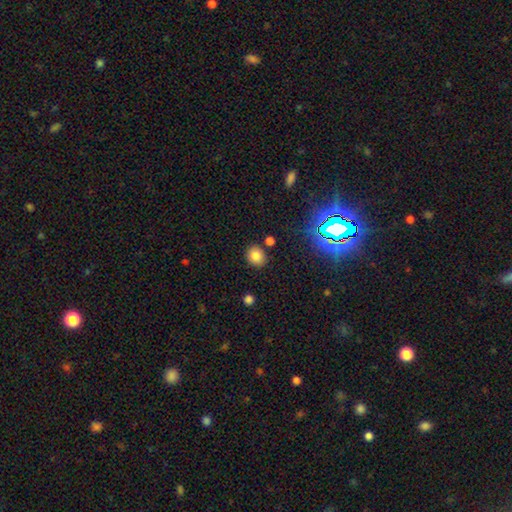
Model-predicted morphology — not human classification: smooth 79%, star or artifact 15%, featured or disk 6%. Down the decision tree: how rounded — round (75%); merging — none (82%).